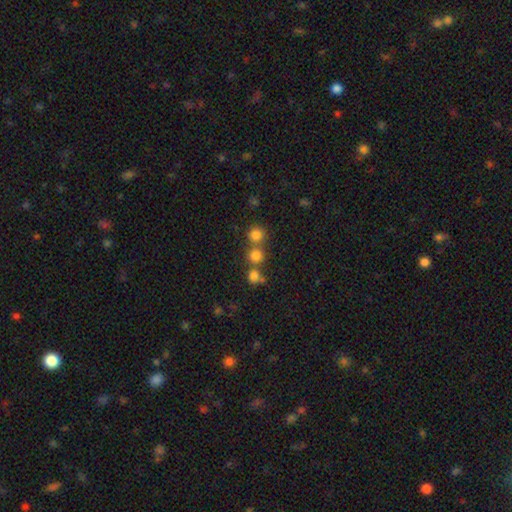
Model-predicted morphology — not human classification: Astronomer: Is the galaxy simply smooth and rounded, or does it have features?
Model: smooth — 76%.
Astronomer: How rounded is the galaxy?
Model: round — 90%.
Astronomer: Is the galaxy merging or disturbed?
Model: none — 61%.